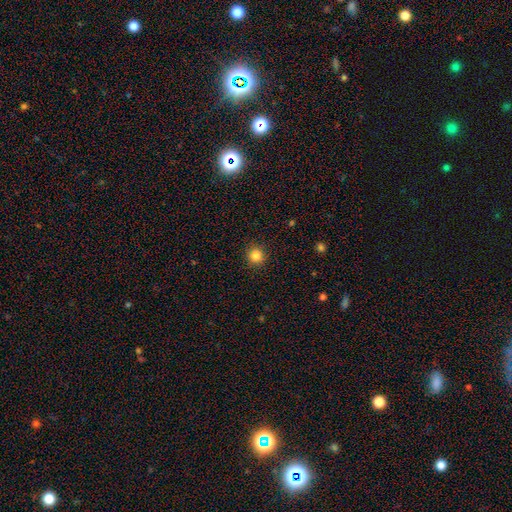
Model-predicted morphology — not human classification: Smooth or featured? Predicted: smooth (p=0.84). How rounded? Predicted: round (p=0.94). Merging? Predicted: none (p=0.92).